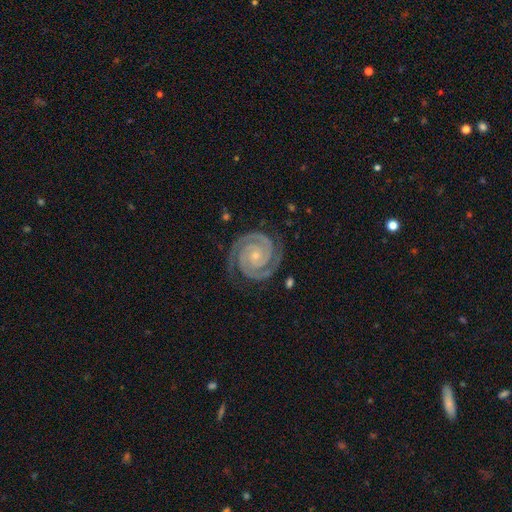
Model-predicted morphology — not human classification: The model was most divided on "bar": no: 71%, weak: 17%, strong: 12%. More confident: spiral arms — yes (99%); edge-on disk — no (98%); smooth or featured — featured or disk (94%); spiral arm count — 2 (92%); merging — none (86%); spiral winding — tight (85%); bulge size — small (76%).